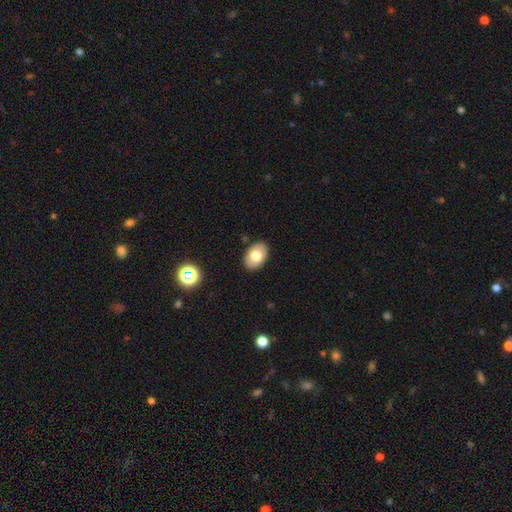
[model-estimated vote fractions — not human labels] smooth-or-featured: smooth: 75% | featured or disk: 17% | star or artifact: 8%
  how-rounded: in between: 86% | round: 13% | cigar-shaped: 1%
  merging: none: 88% | minor disturbance: 8% | major disturbance: 2% | merger: 1%